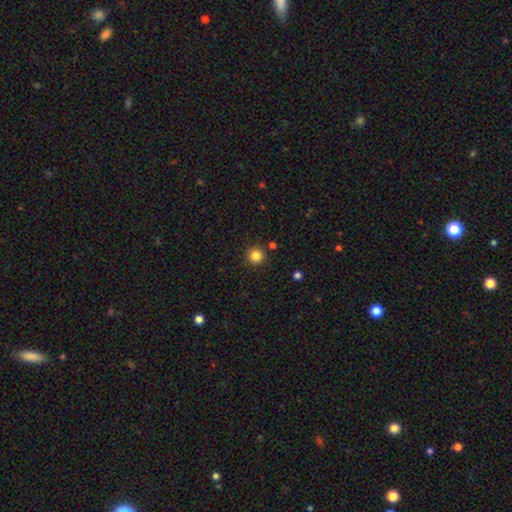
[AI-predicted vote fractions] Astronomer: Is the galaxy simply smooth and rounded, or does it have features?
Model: smooth — 84%.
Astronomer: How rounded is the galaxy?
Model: round — 95%.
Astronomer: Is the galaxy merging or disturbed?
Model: none — 90%.